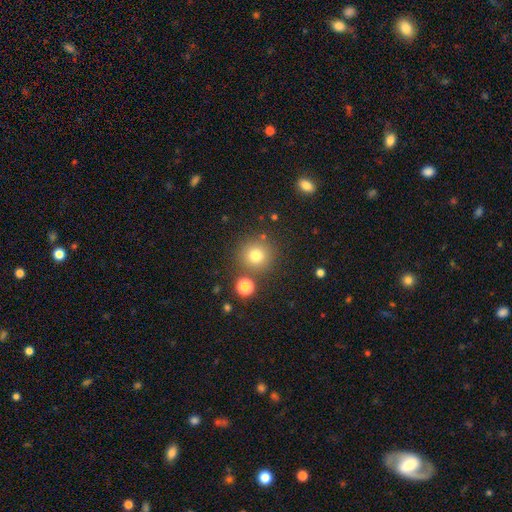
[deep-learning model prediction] This appears to be a smooth galaxy with no disk features (77%) that is round (94%). Merging: none (82%).